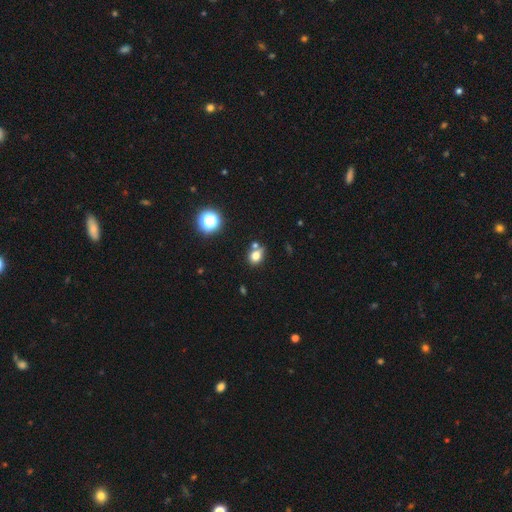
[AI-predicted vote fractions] The model was most divided on "how rounded": round: 54%, in between: 45%, cigar-shaped: 1%. More confident: smooth or featured — smooth (75%); merging — none (57%).